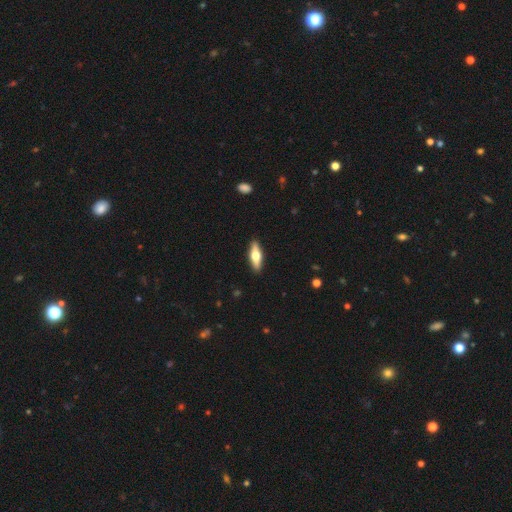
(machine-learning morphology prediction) type=smooth (53%); roundness=cigar-shaped (51%); merging=none (90%).